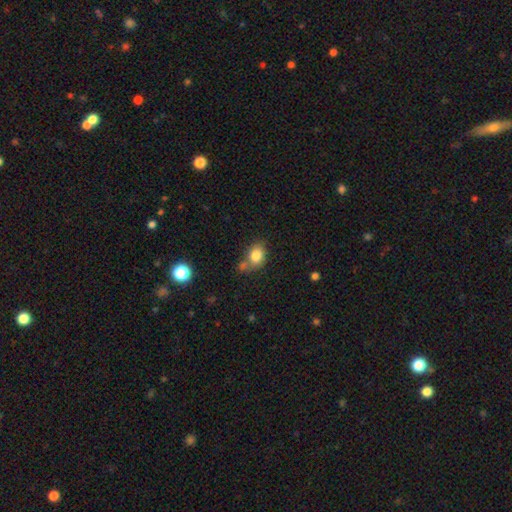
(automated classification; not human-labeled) This is clearly a smooth galaxy (81%). How rounded: likely in between (60%). Merging: possibly none (51%).